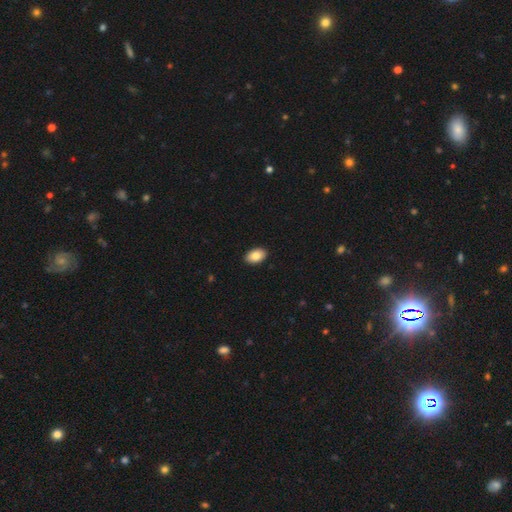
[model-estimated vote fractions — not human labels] Smooth or featured: smooth — 86% (featured or disk — 8%)
How rounded: in between — 92% (round — 7%)
Merging: none — 90% (minor disturbance — 7%)